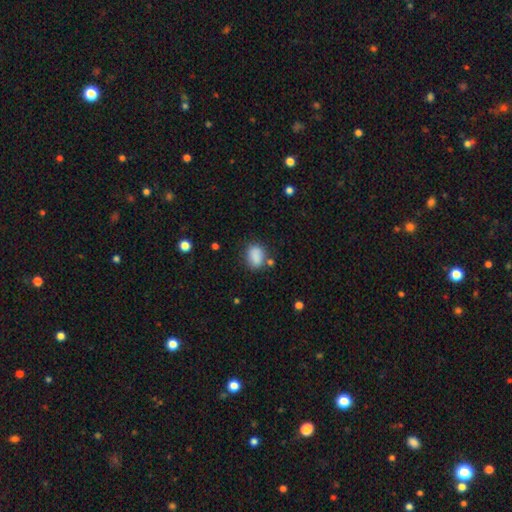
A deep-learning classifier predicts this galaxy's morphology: This appears to be a smooth galaxy with no disk features (86%) that is in between round and cigar-shaped (71%). Merging: none (72%).